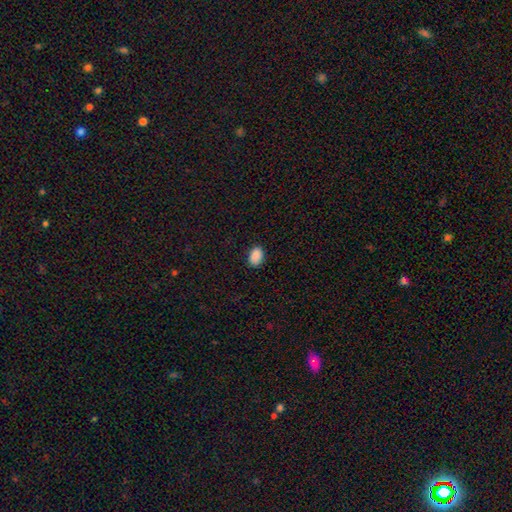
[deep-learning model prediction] Q: Smooth or featured?
A: smooth (90%); runner-up: star or artifact (8%)
Q: How rounded?
A: in between (87%); runner-up: round (12%)
Q: Merging?
A: none (88%); runner-up: minor disturbance (9%)